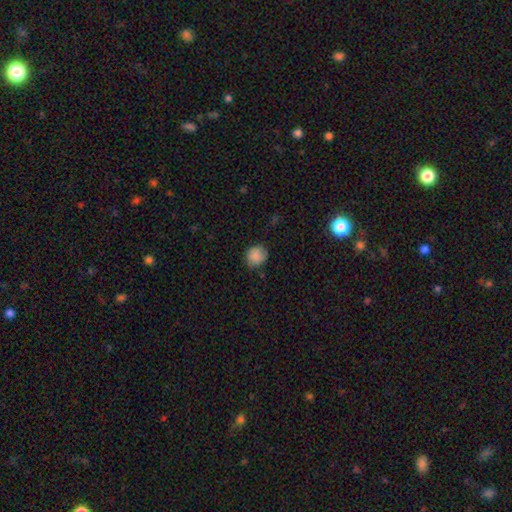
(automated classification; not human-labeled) A smooth galaxy with no disk features (84%) that is round (79%).

Vote fractions:
- Smooth or featured? smooth: 84% / star or artifact: 8% / featured or disk: 8%
- How rounded? round: 79% / in between: 20% / cigar-shaped: 1%
- Merging? none: 73% / minor disturbance: 22% / major disturbance: 4% / merger: 1%